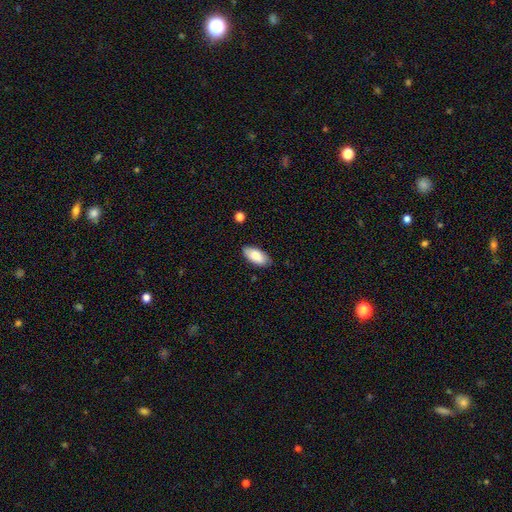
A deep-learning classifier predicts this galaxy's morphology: This is clearly a smooth galaxy (83%). How rounded: clearly in between (90%). Merging: clearly none (84%).